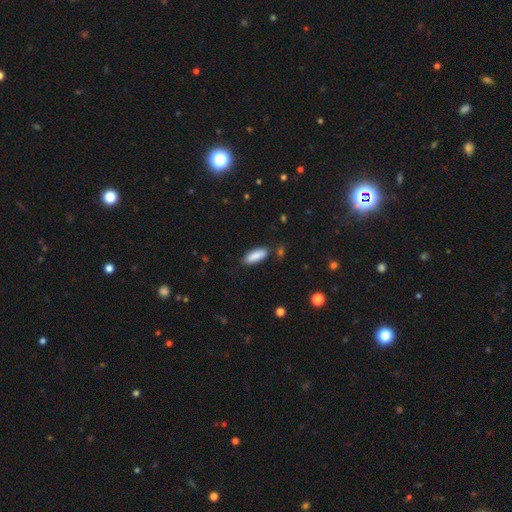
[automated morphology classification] type=smooth (87%); roundness=in between (70%); merging=none (81%).